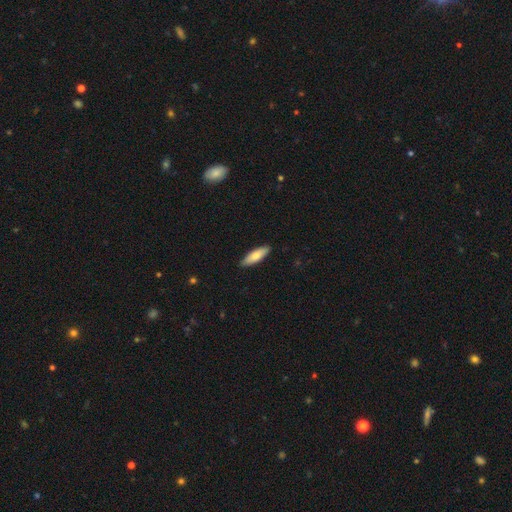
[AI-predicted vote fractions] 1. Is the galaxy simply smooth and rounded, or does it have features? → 77% smooth, 18% featured or disk, 5% star or artifact.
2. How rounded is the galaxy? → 52% cigar-shaped, 46% in between, 2% round.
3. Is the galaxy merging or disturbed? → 89% none, 8% minor disturbance, 1% major disturbance, 1% merger.